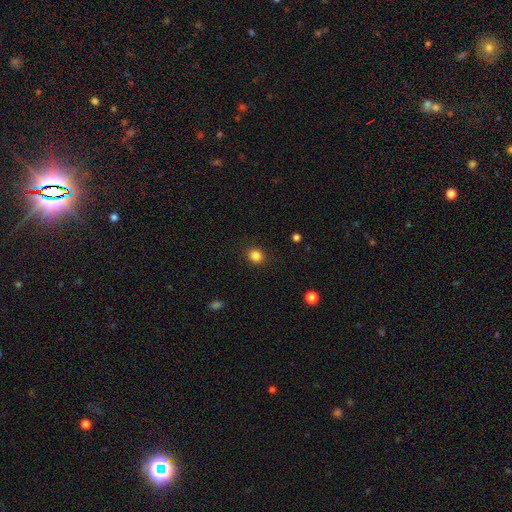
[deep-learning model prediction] smooth 85%, star or artifact 11%, featured or disk 4%. Down the decision tree: how rounded — round (82%); merging — none (90%).